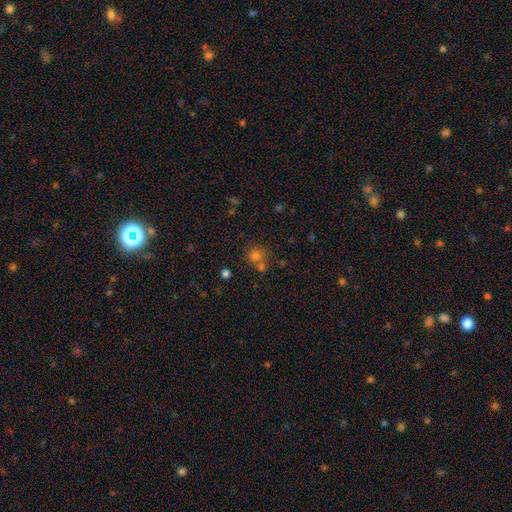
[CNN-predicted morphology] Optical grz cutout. It shows a smooth galaxy with no disk features (72%) that is round (86%). Merging: none (52%).